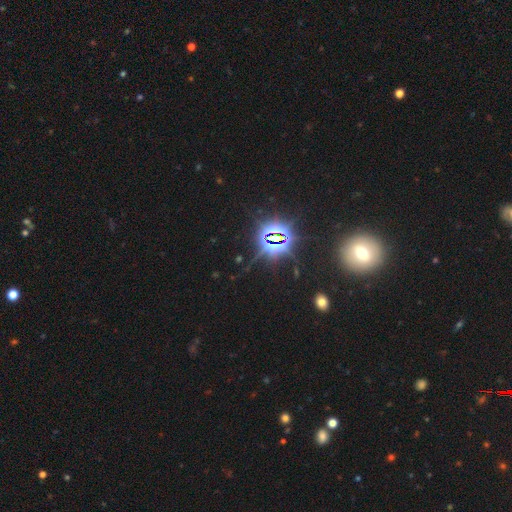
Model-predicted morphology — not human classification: star or artifact 73%, smooth 16%, featured or disk 11%.